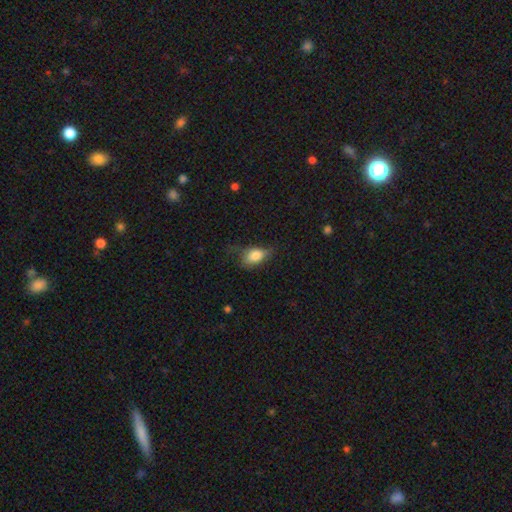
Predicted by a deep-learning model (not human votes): A smooth galaxy with no disk features (79%) that is in between round and cigar-shaped (84%). Merging: none (46%).